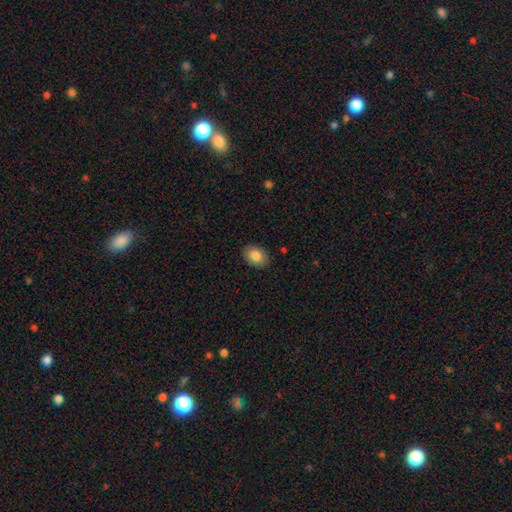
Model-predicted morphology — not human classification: type=smooth (85%); roundness=in between (74%); merging=none (87%).